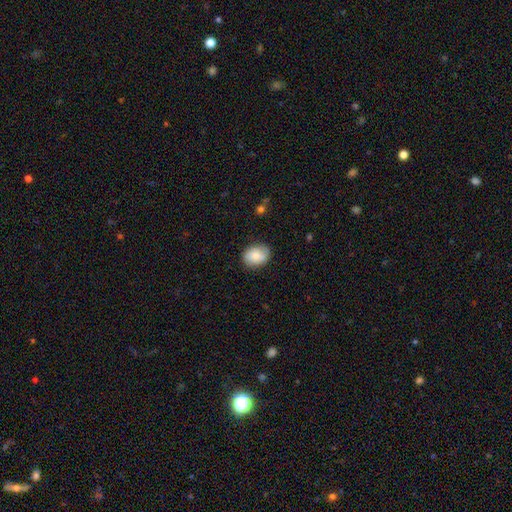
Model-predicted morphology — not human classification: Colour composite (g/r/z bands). It shows a smooth galaxy with no disk features (78%) that is in between round and cigar-shaped (62%). Merging: none (80%).